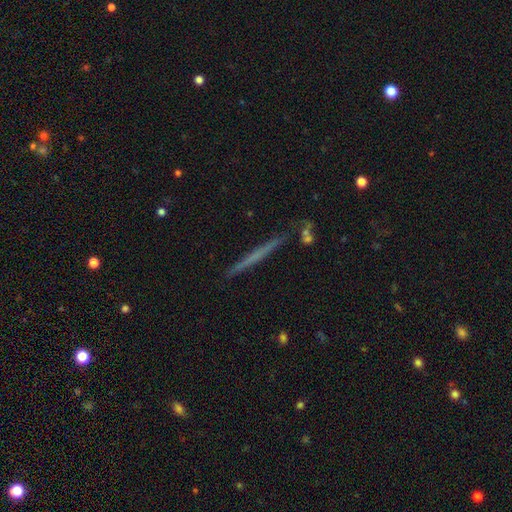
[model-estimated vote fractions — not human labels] This appears to be a featured or disk galaxy (54%) viewed edge-on (97%) with no central bulge (86%). Merging: none (88%).